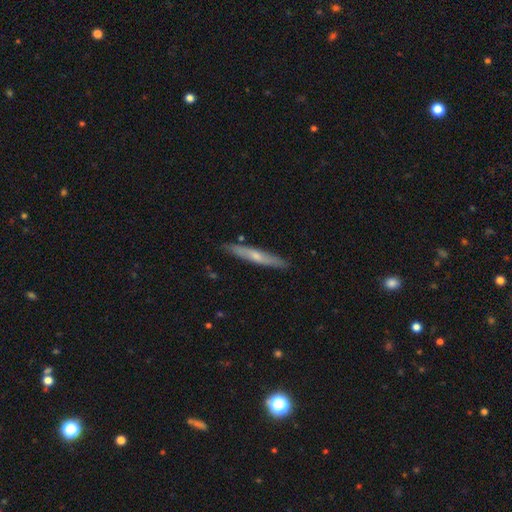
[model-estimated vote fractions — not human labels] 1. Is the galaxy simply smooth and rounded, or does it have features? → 49% featured or disk, 45% smooth, 6% star or artifact.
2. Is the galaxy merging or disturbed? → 87% none, 10% minor disturbance, 2% major disturbance, 2% merger.